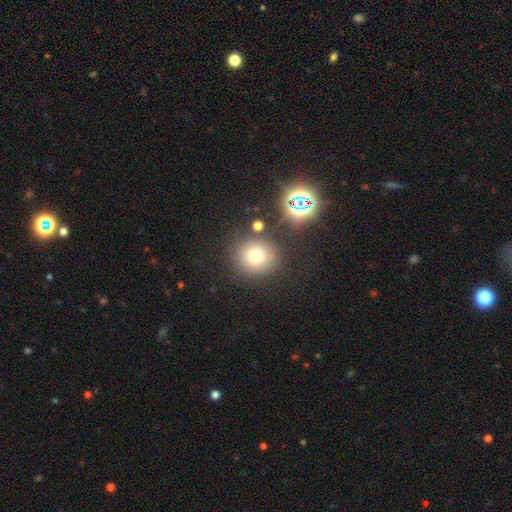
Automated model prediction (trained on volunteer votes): The model was most divided on "smooth or featured": smooth: 70%, star or artifact: 20%, featured or disk: 10%. More confident: how rounded — round (90%); merging — none (83%).